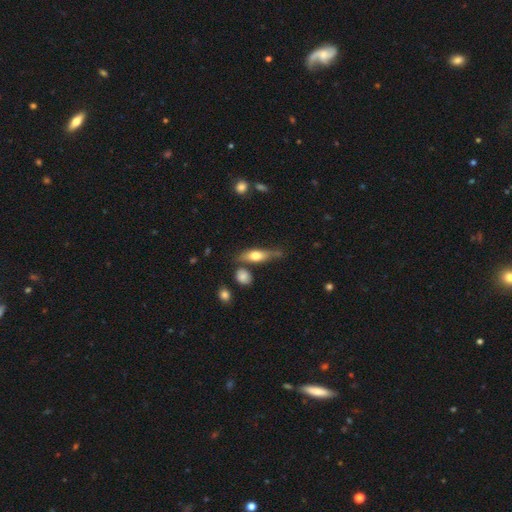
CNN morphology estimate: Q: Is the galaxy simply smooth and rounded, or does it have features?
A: smooth — 55%.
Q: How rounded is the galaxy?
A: in between — 50%.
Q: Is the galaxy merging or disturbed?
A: none — 61%.